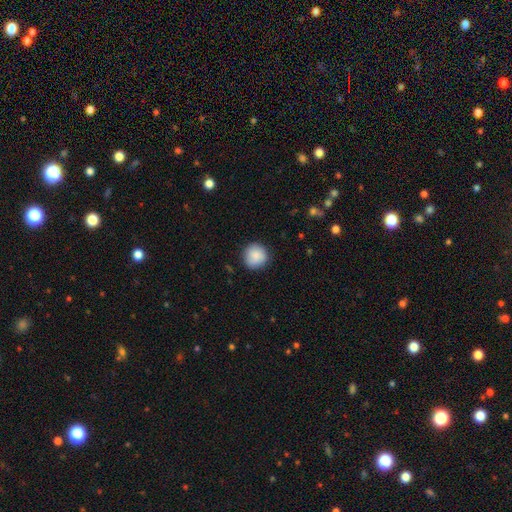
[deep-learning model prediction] smooth-or-featured: smooth: 88% | star or artifact: 7% | featured or disk: 5%
  how-rounded: round: 95% | in between: 5% | cigar-shaped: 1%
  merging: none: 89% | minor disturbance: 8% | major disturbance: 2% | merger: 1%